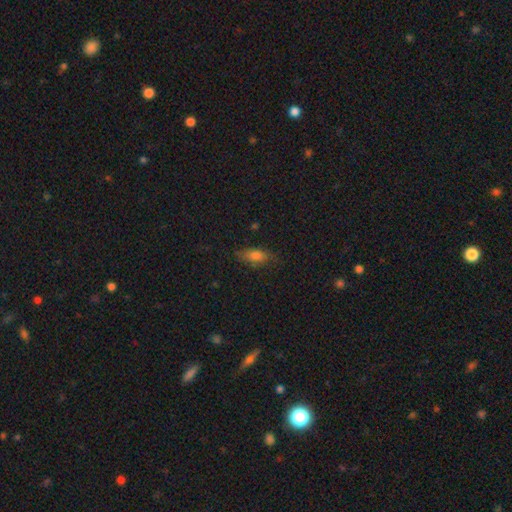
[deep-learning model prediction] smooth_or_featured: smooth (p=0.75) [alt: featured or disk p=0.14]
how_rounded: in between (p=0.80) [alt: cigar-shaped p=0.16]
merging: none (p=0.75) [alt: minor disturbance p=0.19]